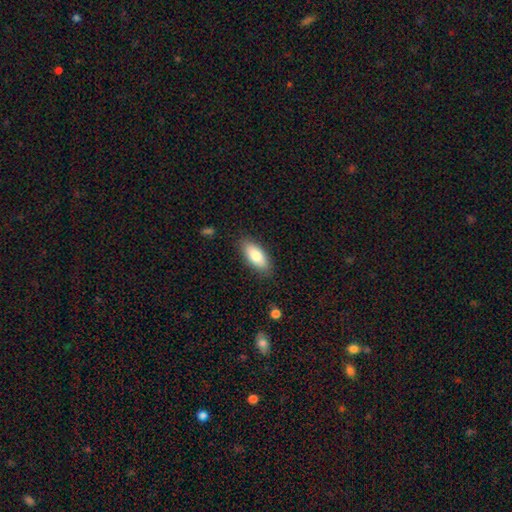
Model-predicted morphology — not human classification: A smooth galaxy with no disk features (82%) that is in between round and cigar-shaped (85%). Merging: none (85%).